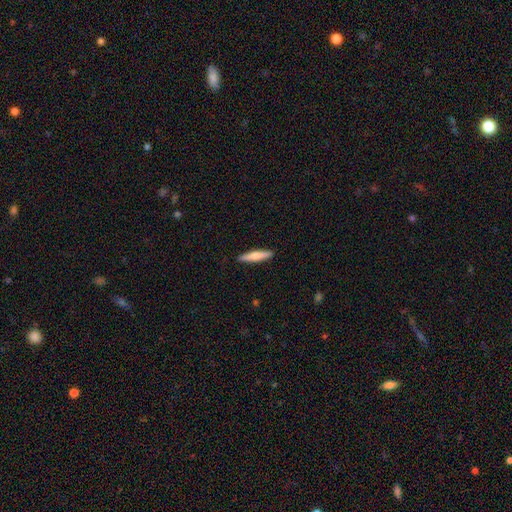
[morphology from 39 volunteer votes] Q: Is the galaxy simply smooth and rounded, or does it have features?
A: smooth — 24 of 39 (62%).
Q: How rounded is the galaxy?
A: cigar-shaped — 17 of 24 (71%).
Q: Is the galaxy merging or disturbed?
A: none — 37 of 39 (95%).